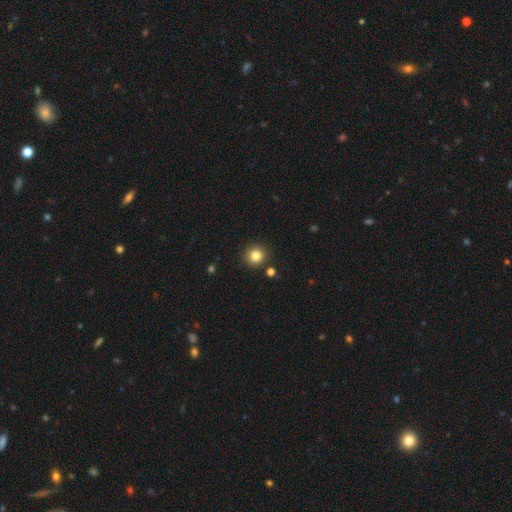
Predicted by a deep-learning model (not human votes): Smooth or featured? Predicted: smooth (p=0.82). How rounded? Predicted: round (p=0.93). Merging? Predicted: none (p=0.89).